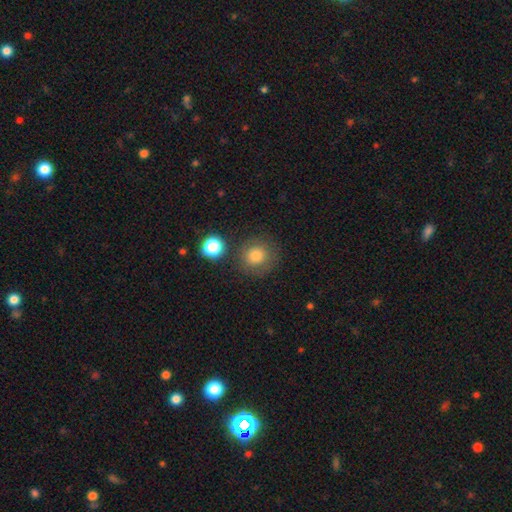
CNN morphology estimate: A smooth galaxy with no disk features (81%) that is round (90%).

Vote fractions:
- Smooth or featured? smooth: 81% / star or artifact: 12% / featured or disk: 8%
- How rounded? round: 90% / in between: 9% / cigar-shaped: 1%
- Merging? none: 79% / minor disturbance: 11% / merger: 5% / major disturbance: 4%